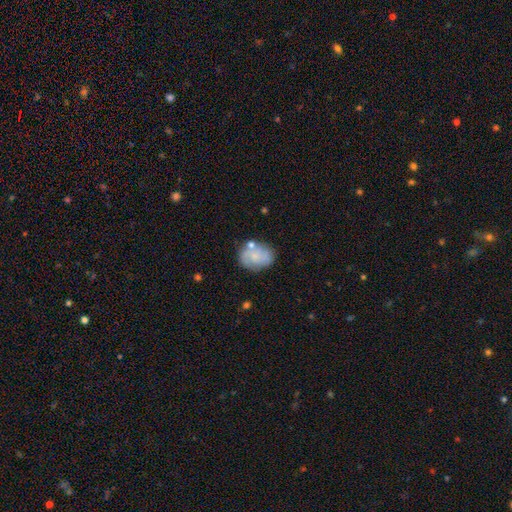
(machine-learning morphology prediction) featured or disk 49%, smooth 43%, star or artifact 8%. Down the decision tree: merging — none (60%).